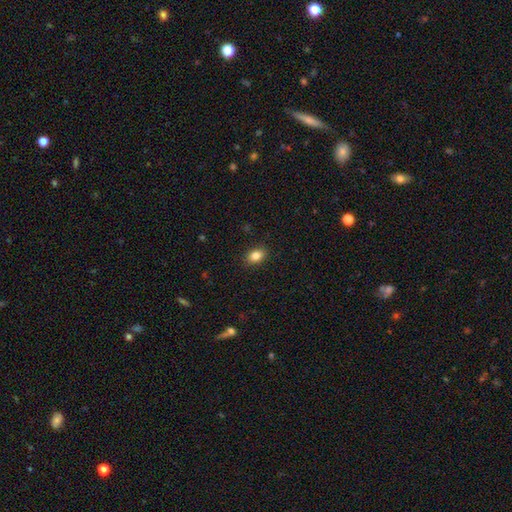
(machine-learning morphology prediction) smooth 85%, star or artifact 9%, featured or disk 6%. Down the decision tree: how rounded — in between (78%); merging — none (89%).